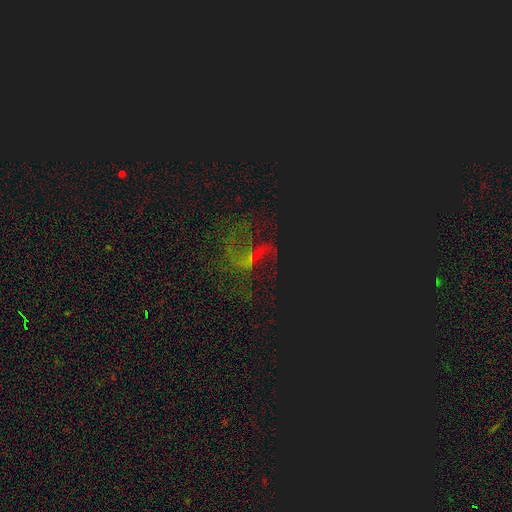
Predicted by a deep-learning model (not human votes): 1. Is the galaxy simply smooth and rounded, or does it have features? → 46% featured or disk, 41% star or artifact, 13% smooth.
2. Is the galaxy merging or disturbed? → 49% none, 30% major disturbance, 16% minor disturbance, 5% merger.